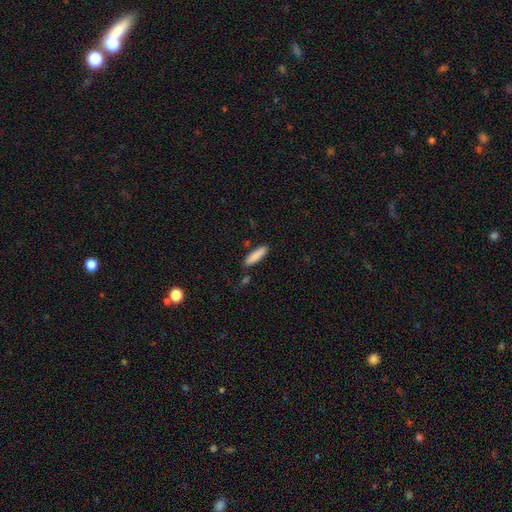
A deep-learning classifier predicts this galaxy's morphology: This is clearly a smooth galaxy (86%). How rounded: likely cigar-shaped (66%). Merging: clearly none (83%).